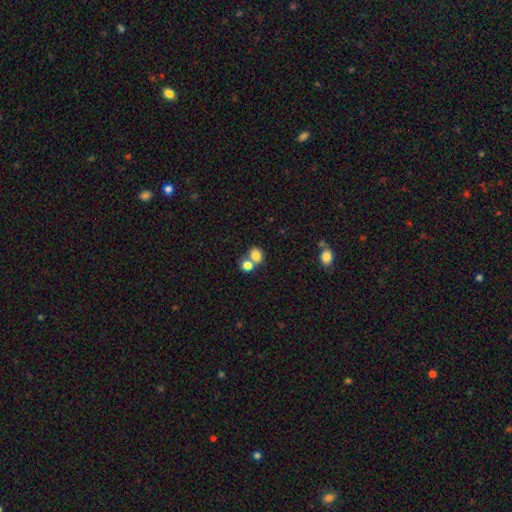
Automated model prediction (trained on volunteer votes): smooth-or-featured: smooth: 80% | star or artifact: 11% | featured or disk: 9%
  how-rounded: round: 67% | in between: 32% | cigar-shaped: 1%
  merging: merger: 46% | none: 43% | minor disturbance: 8% | major disturbance: 3%